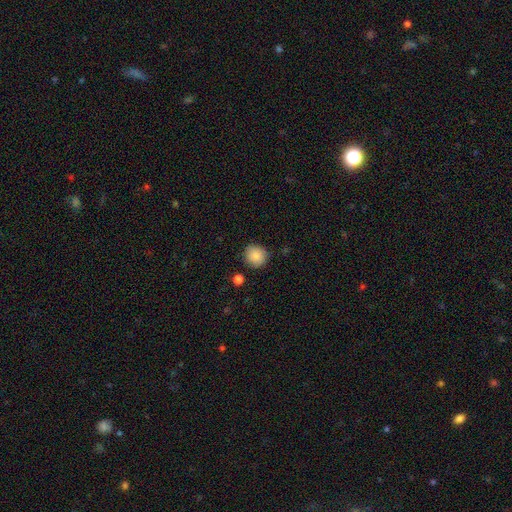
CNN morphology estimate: Smooth or featured?
  - smooth: 87% *
  - star or artifact: 8%
  - featured or disk: 4%
How rounded?
  - round: 91% *
  - in between: 8%
  - cigar-shaped: 1%
Merging?
  - none: 86% *
  - minor disturbance: 9%
  - major disturbance: 2%
  - merger: 2%